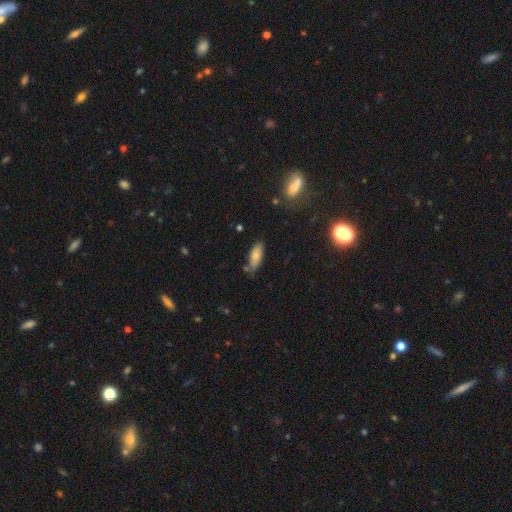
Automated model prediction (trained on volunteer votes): Smooth or featured? Predicted: smooth (p=0.75). How rounded? Predicted: in between (p=0.74). Merging? Predicted: none (p=0.73).